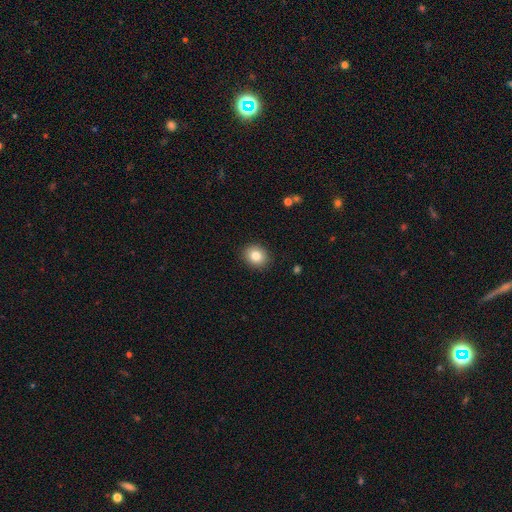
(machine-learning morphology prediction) A smooth galaxy with no disk features (83%) that is round (68%).

Vote fractions:
- Smooth or featured? smooth: 83% / star or artifact: 9% / featured or disk: 8%
- How rounded? round: 68% / in between: 31% / cigar-shaped: 1%
- Merging? none: 90% / minor disturbance: 7% / major disturbance: 2% / merger: 1%